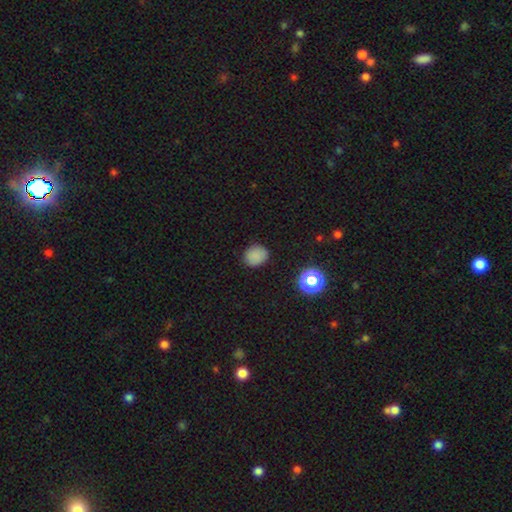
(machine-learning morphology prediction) Smooth or featured? Predicted: smooth (p=0.80). How rounded? Predicted: round (p=0.68). Merging? Predicted: none (p=0.86).